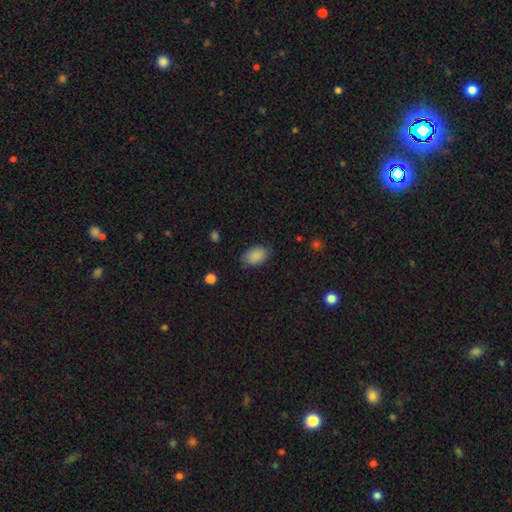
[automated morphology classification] Smooth or featured: smooth — 88% (star or artifact — 7%)
How rounded: in between — 89% (round — 10%)
Merging: none — 79% (minor disturbance — 16%)